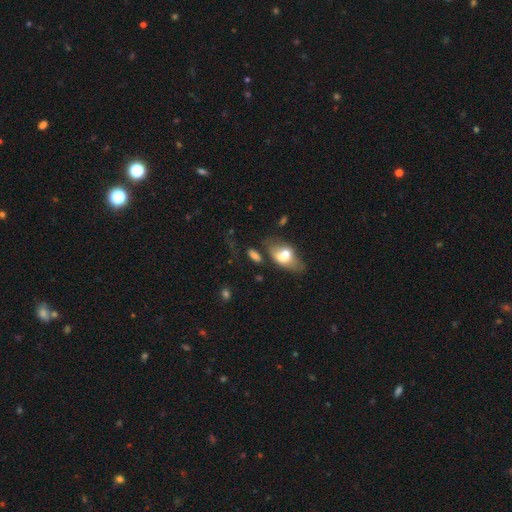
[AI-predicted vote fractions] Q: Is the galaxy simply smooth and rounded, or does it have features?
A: smooth — 49%.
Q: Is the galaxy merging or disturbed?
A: none — 43%.